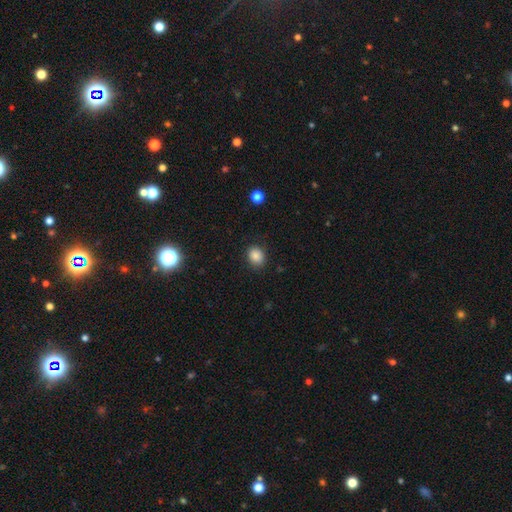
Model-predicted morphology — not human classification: Smooth or featured? Predicted: smooth (p=0.86). How rounded? Predicted: round (p=0.61). Merging? Predicted: none (p=0.85).